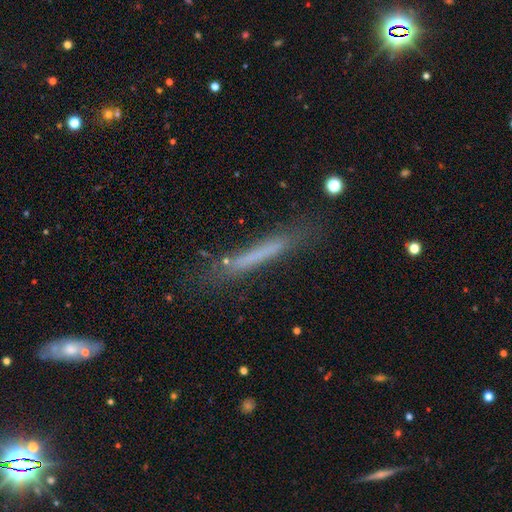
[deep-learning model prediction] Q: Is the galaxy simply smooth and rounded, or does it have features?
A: smooth — 55%.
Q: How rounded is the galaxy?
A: cigar-shaped — 95%.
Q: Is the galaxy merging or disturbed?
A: none — 72%.